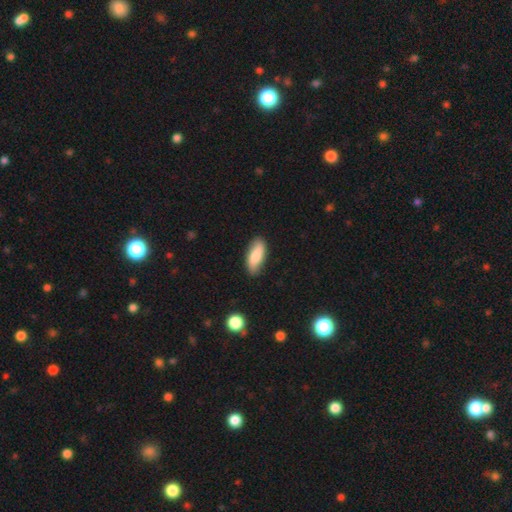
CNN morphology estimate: This appears to be a smooth galaxy with no disk features (81%) that is in between round and cigar-shaped (76%). Merging: none (82%).